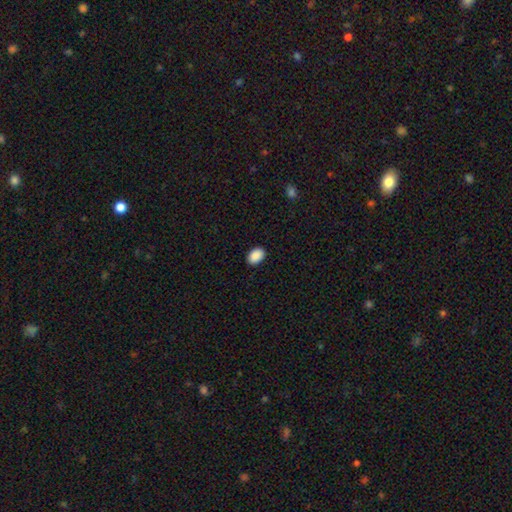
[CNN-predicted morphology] smooth_or_featured: smooth (p=0.90) [alt: star or artifact p=0.07]
how_rounded: in between (p=0.83) [alt: round p=0.16]
merging: none (p=0.90) [alt: minor disturbance p=0.07]